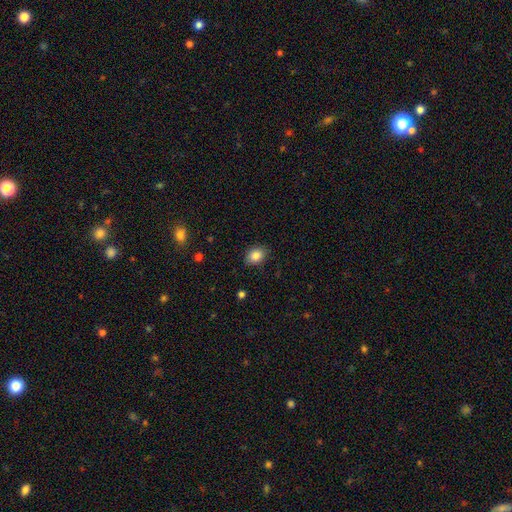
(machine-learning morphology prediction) Overall: smooth (84%). How rounded: in between (63%; round 36%). Merging: none (85%).